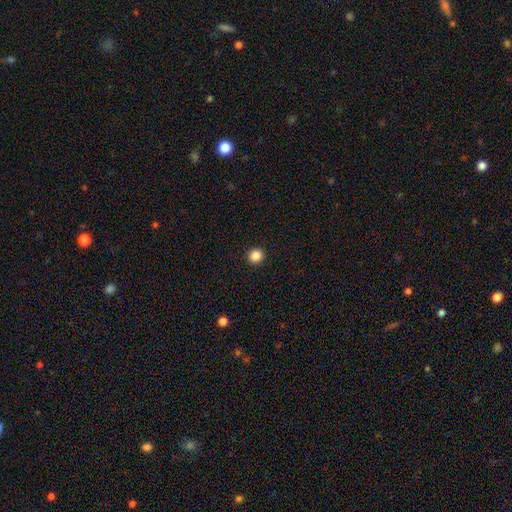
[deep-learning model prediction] Smooth or featured? Predicted: smooth (p=0.86). How rounded? Predicted: round (p=0.93). Merging? Predicted: none (p=0.93).